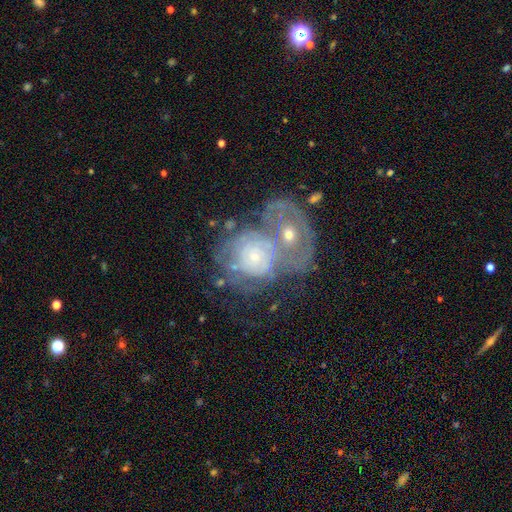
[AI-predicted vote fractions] A featured or disk galaxy (70%) with no bar (86%), spiral arms (67%) and a small central bulge (72%). Merging: merger (59%).